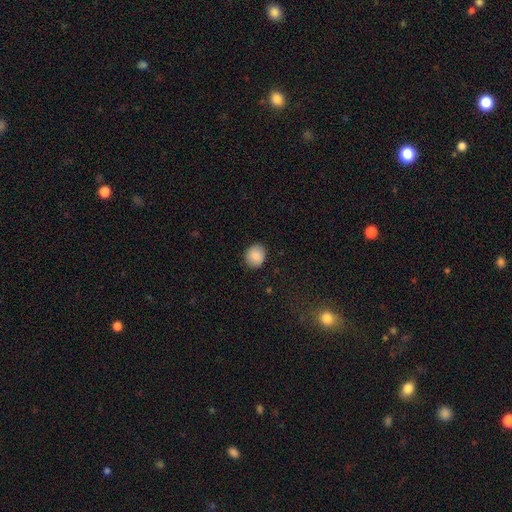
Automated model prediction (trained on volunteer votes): Morphology: type=smooth (86%); roundness=round (74%); merging=none (89%).